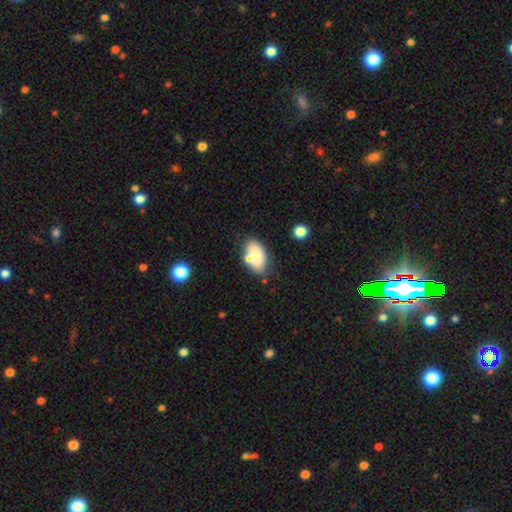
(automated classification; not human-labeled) Smooth or featured? Predicted: smooth (p=0.80). How rounded? Predicted: in between (p=0.93). Merging? Predicted: none (p=0.64).